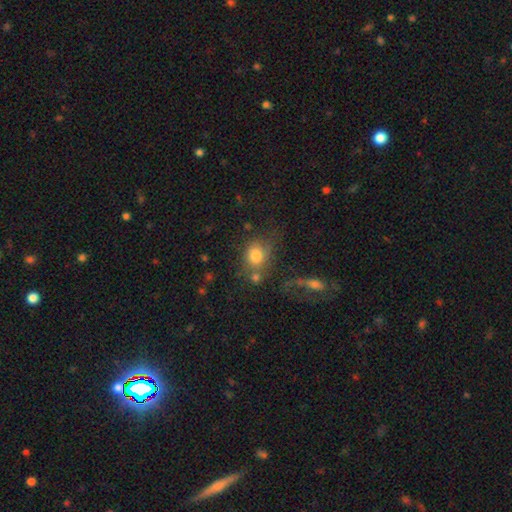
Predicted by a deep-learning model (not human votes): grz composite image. It shows a smooth galaxy with no disk features (74%) that is round (58%). Merging: none (45%).